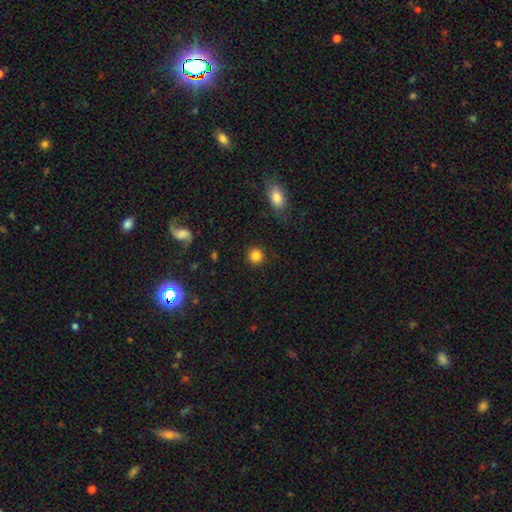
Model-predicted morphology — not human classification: Smooth or featured: smooth — 85% (star or artifact — 11%)
How rounded: round — 93% (in between — 6%)
Merging: none — 90% (minor disturbance — 6%)